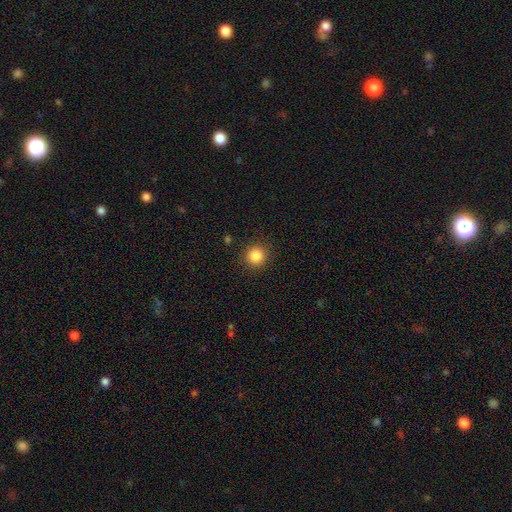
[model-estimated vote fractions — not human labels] Smooth or featured? smooth (85%)
How rounded? round (93%)
Merging? none (91%)